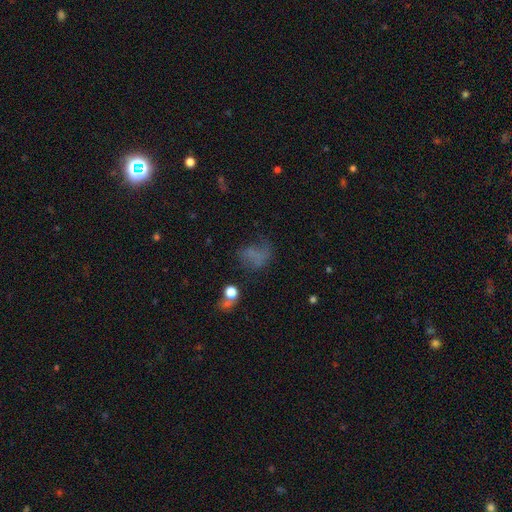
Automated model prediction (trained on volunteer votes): Smooth or featured: smooth — 52% (featured or disk — 25%)
How rounded: in between — 59% (round — 38%)
Merging: none — 40% (major disturbance — 31%)